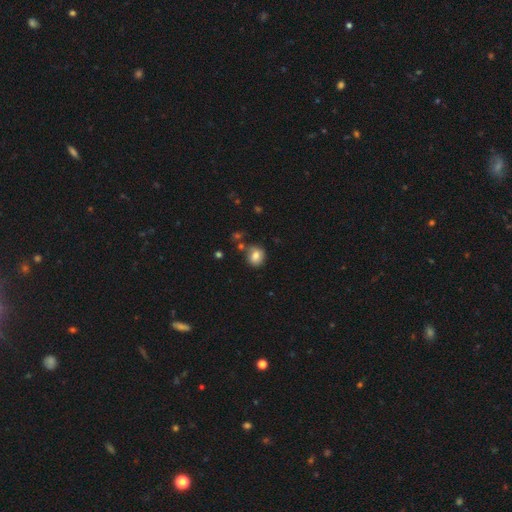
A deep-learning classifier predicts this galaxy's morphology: smooth 78%, featured or disk 12%, star or artifact 10%. Down the decision tree: how rounded — round (68%); merging — none (68%).